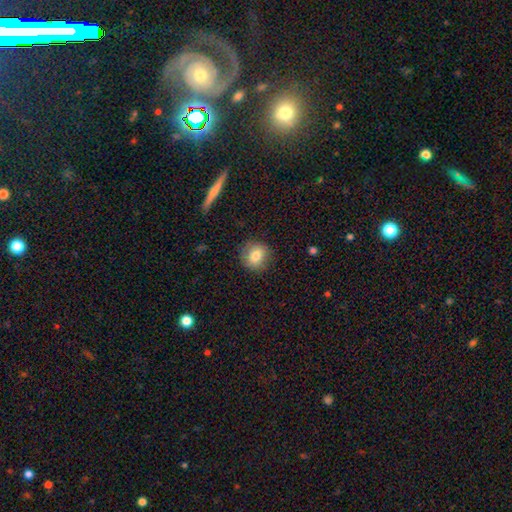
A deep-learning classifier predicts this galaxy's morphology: Smooth or featured? Predicted: smooth (p=0.79). How rounded? Predicted: round (p=0.87). Merging? Predicted: none (p=0.87).